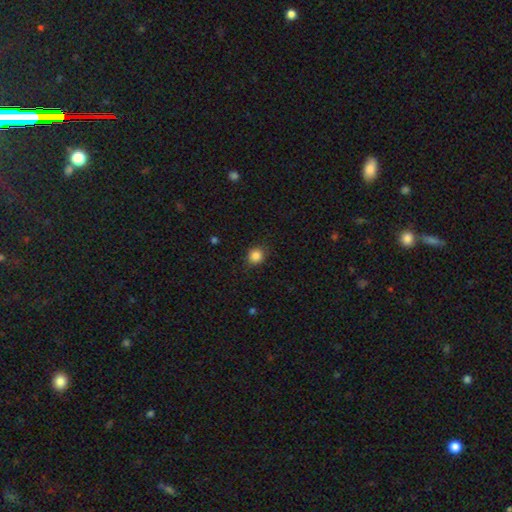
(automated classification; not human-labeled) Smooth or featured?
  - smooth: 85% *
  - star or artifact: 11%
  - featured or disk: 4%
How rounded?
  - round: 82% *
  - in between: 17%
  - cigar-shaped: 1%
Merging?
  - none: 85% *
  - minor disturbance: 11%
  - major disturbance: 3%
  - merger: 1%